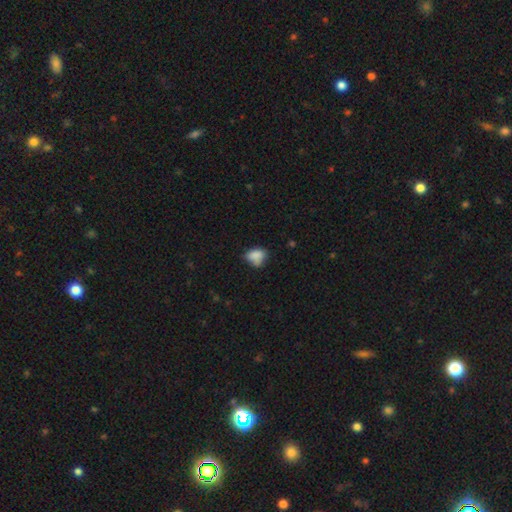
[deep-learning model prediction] Overall: smooth (81%). How rounded: in between (68%; round 30%). Merging: none (48%; minor disturbance 35%).